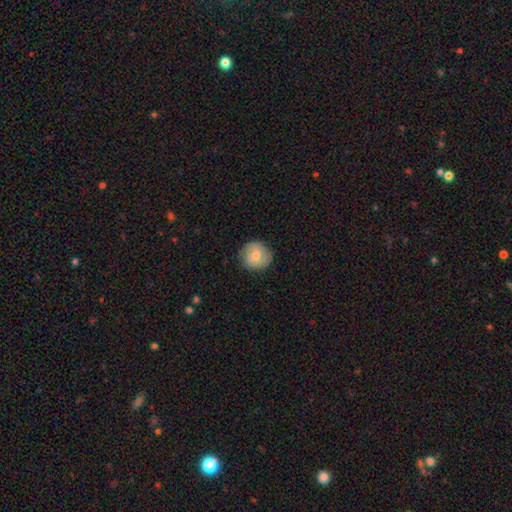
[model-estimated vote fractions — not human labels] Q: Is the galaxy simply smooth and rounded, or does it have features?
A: smooth — 74%.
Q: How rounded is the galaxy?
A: round — 91%.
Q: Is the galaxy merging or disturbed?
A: none — 85%.